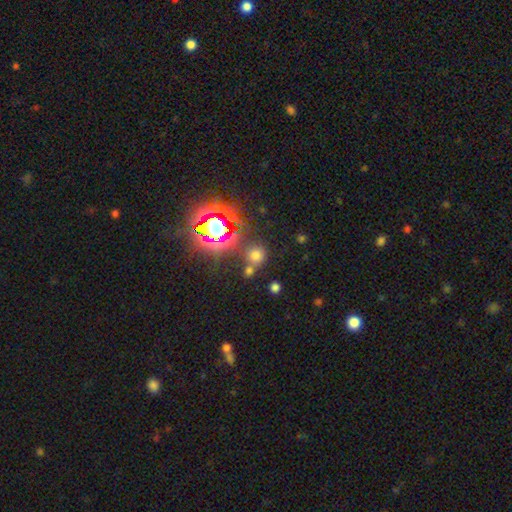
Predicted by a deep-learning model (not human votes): The model was most divided on "smooth or featured": smooth: 54%, star or artifact: 38%, featured or disk: 8%. More confident: how rounded — round (85%); merging — none (72%).